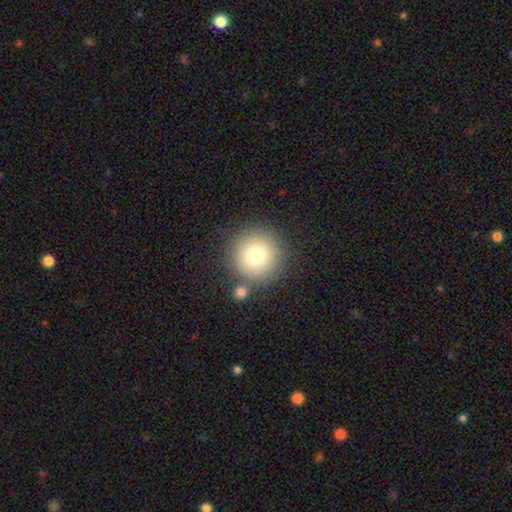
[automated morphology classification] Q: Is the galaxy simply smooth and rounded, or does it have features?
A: smooth — 78%.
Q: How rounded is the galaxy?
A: round — 96%.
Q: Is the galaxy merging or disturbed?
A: none — 79%.